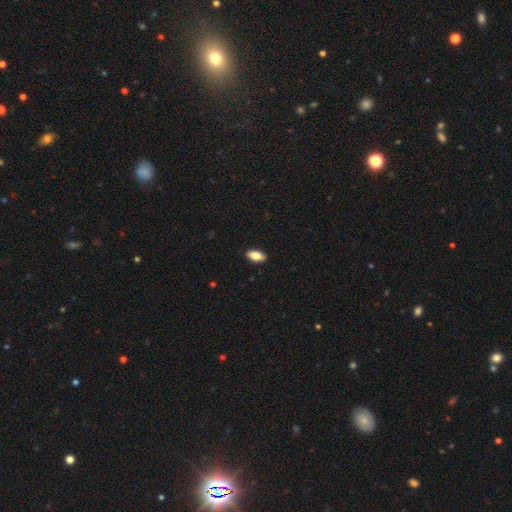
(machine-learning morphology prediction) Smooth or featured?
  - smooth: 82% *
  - featured or disk: 12%
  - star or artifact: 7%
How rounded?
  - in between: 90% *
  - cigar-shaped: 7%
  - round: 3%
Merging?
  - none: 90% *
  - minor disturbance: 7%
  - major disturbance: 2%
  - merger: 1%